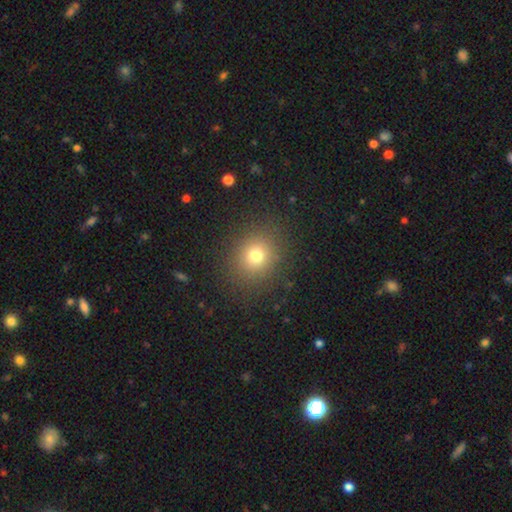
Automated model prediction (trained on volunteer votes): The model was most divided on "smooth or featured": smooth: 74%, star or artifact: 17%, featured or disk: 9%. More confident: merging — none (87%); how rounded — round (78%).